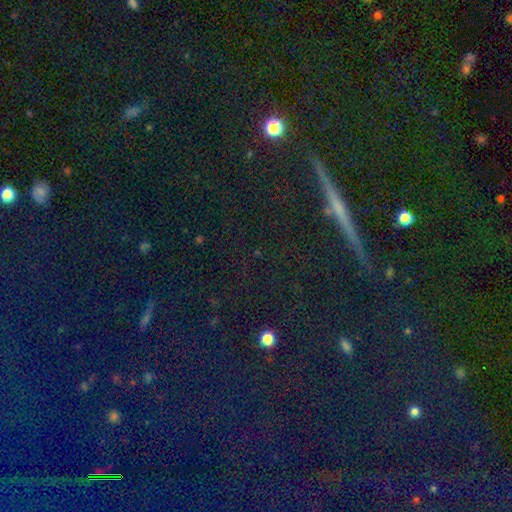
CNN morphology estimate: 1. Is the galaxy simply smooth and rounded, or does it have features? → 57% star or artifact, 27% featured or disk, 16% smooth.